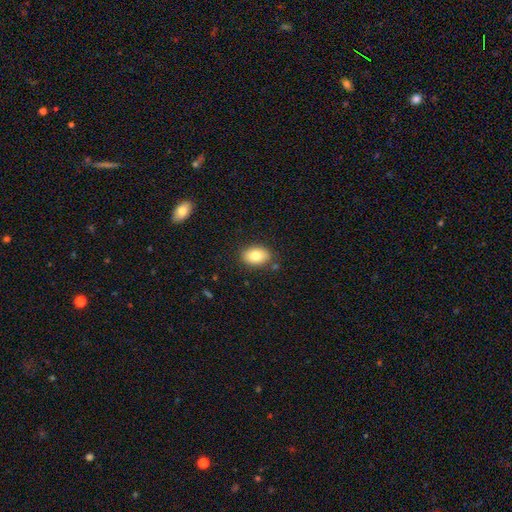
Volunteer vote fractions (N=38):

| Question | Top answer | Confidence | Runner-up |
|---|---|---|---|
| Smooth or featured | smooth | 87% | star or artifact (8%) |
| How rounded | in between | 97% | round (3%) |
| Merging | none | 94% | minor disturbance (3%) |